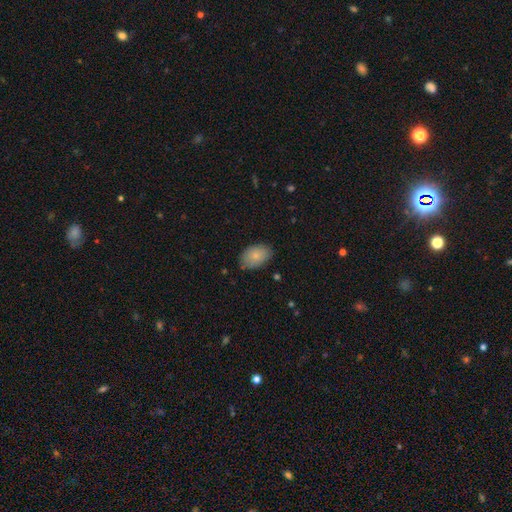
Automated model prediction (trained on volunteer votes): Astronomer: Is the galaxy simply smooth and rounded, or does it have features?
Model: smooth — 81%.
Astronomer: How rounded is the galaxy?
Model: in between — 89%.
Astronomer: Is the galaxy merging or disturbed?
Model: none — 79%.